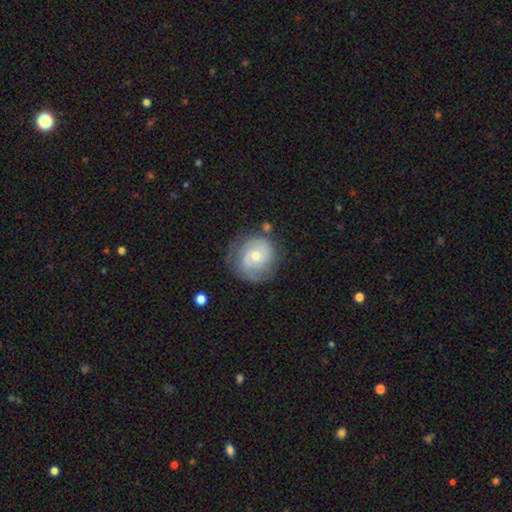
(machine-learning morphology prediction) The model was most divided on "bulge size": small: 53%, moderate: 43%, large: 2%, none: 1%, dominant: 1%. Remaining: edge-on disk — no (98%); spiral arms — yes (88%); bar — no (72%); merging — none (69%); smooth or featured — featured or disk (65%); spiral winding — tight (54%); spiral arm count — 2 (48%).